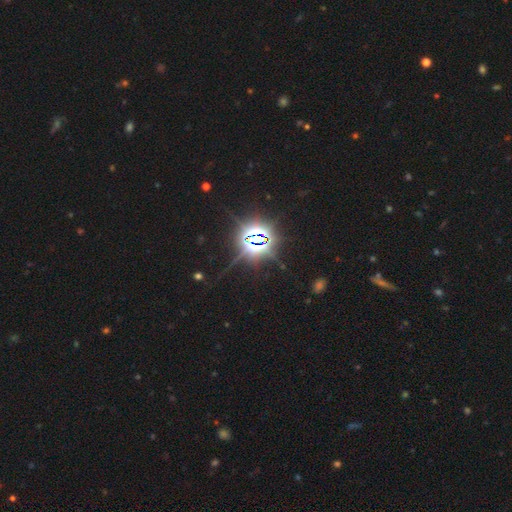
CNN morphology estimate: This appears to be a star or artifact, not a galaxy (85%).